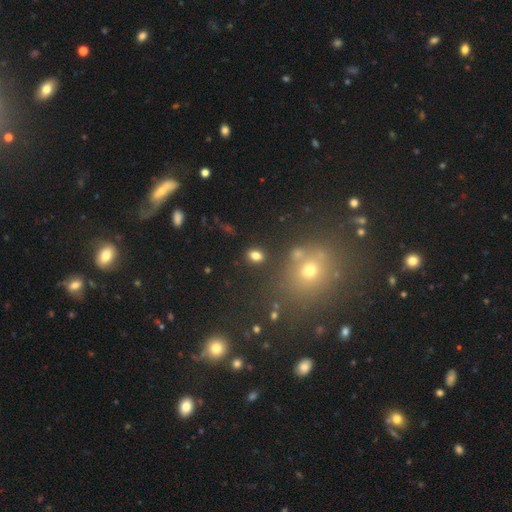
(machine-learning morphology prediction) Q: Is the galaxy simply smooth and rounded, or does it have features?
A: smooth — 80%.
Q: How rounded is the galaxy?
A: in between — 62%.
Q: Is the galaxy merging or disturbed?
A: none — 83%.